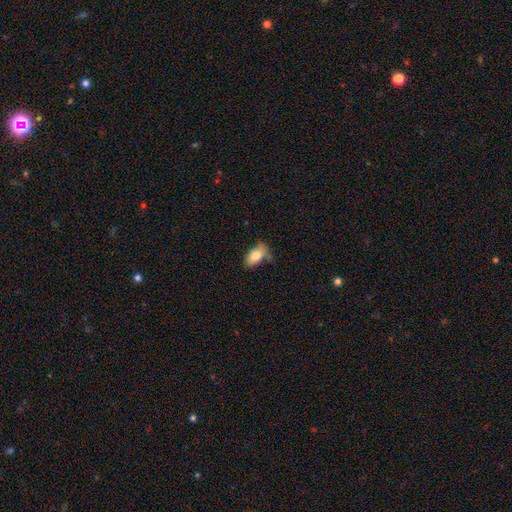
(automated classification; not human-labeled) Smooth or featured?
  - smooth: 80% *
  - featured or disk: 13%
  - star or artifact: 7%
How rounded?
  - in between: 92% *
  - round: 5%
  - cigar-shaped: 4%
Merging?
  - none: 56% *
  - minor disturbance: 31%
  - major disturbance: 9%
  - merger: 4%